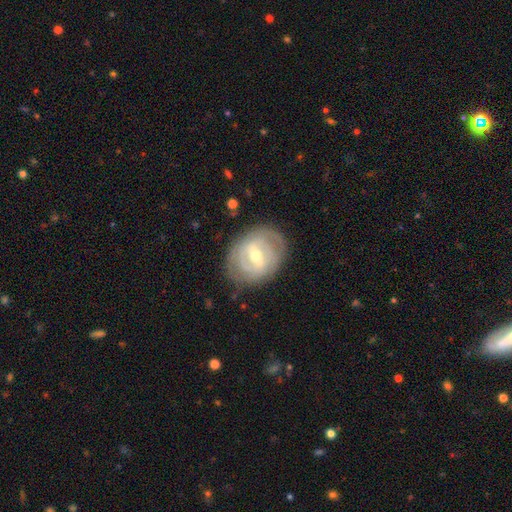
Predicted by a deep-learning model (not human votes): This is likely a featured or disk galaxy (79%). It is clearly not viewed edge-on (96%). Bar: possibly weak (47%). Spiral arm pattern: likely yes (79%). Spiral arm count: possibly 2 (45%). Spiral winding: likely tight (63%). Central bulge: likely moderate (61%). Merging: likely none (78%).